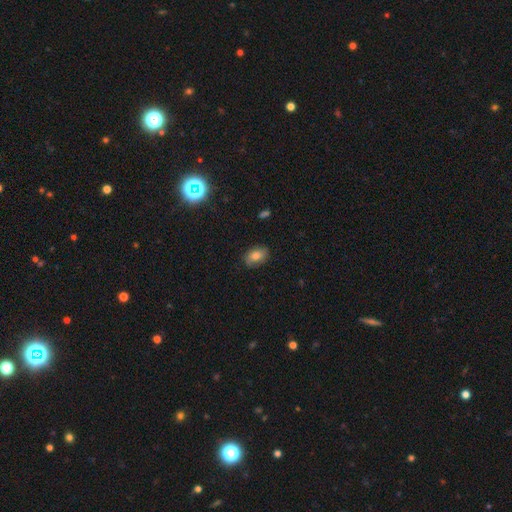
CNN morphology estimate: A smooth galaxy with no disk features (78%) that is in between round and cigar-shaped (87%). Merging: none (80%).